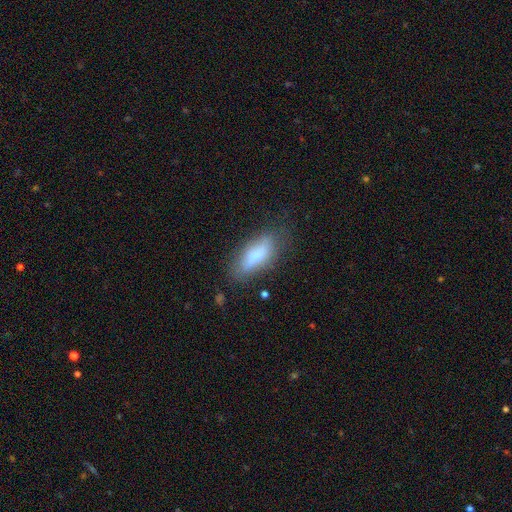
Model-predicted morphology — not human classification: This appears to be a smooth galaxy with no disk features (66%) that is in between round and cigar-shaped (74%). Merging: none (73%).